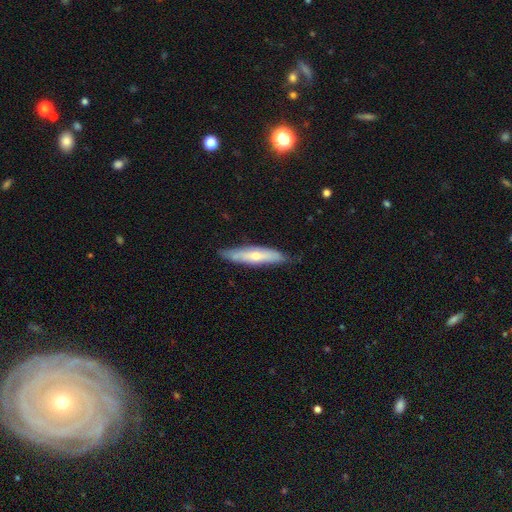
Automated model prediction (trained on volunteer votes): smooth_or_featured: featured or disk (p=0.50) [alt: smooth p=0.44]
merging: none (p=0.78) [alt: minor disturbance p=0.18]